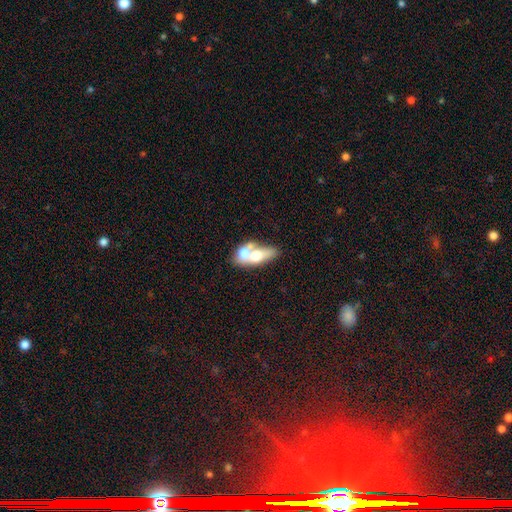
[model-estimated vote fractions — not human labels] A smooth galaxy with no disk features (56%) that is in between round and cigar-shaped (70%). Merging: merger (60%).